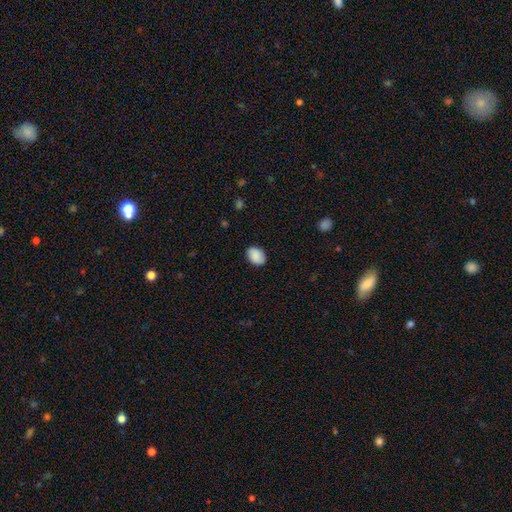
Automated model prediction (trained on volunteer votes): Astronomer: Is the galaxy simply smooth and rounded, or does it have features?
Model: smooth — 89%.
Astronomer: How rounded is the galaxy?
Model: in between — 80%.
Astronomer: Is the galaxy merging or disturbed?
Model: none — 86%.